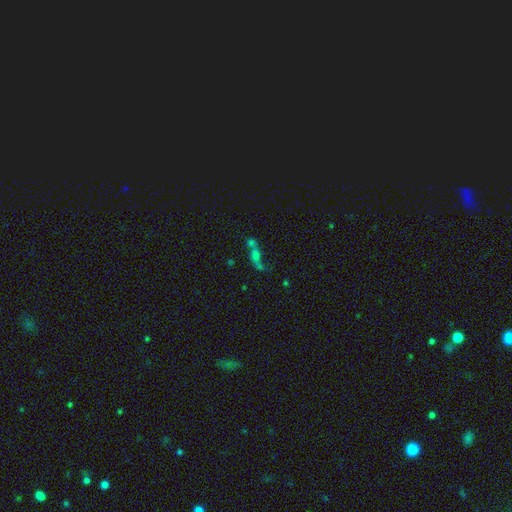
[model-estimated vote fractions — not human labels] smooth_or_featured: featured or disk (p=0.41) [alt: smooth p=0.35]
merging: merger (p=0.44) [alt: none p=0.28]